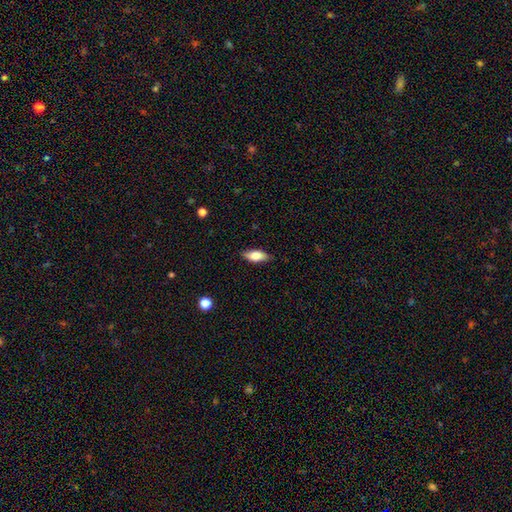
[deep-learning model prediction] This is likely a smooth galaxy (75%). How rounded: clearly in between (83%). Merging: clearly none (84%).